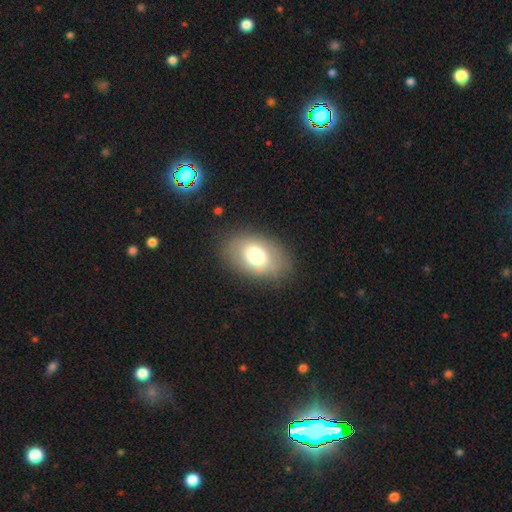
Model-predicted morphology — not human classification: type=smooth (69%); roundness=in between (85%); merging=none (81%).